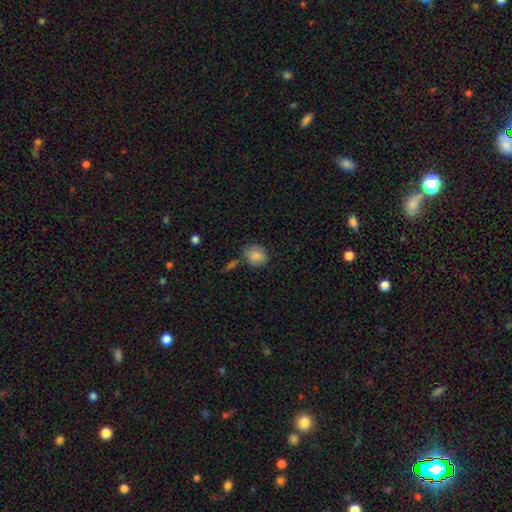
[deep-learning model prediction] A smooth galaxy with no disk features (85%) that is round (65%). Merging: none (66%).